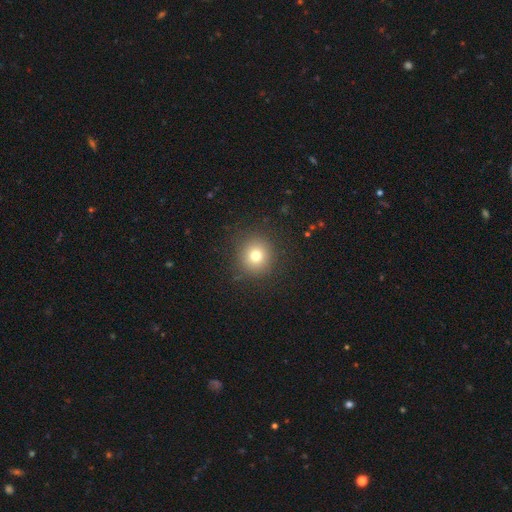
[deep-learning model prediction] The model was most divided on "smooth or featured": smooth: 76%, star or artifact: 14%, featured or disk: 10%. More confident: how rounded — round (93%); merging — none (88%).